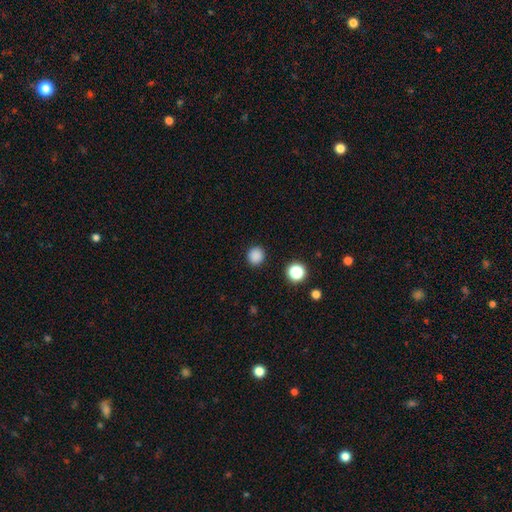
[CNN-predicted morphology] Smooth or featured? Predicted: smooth (p=0.86). How rounded? Predicted: round (p=0.90). Merging? Predicted: none (p=0.91).